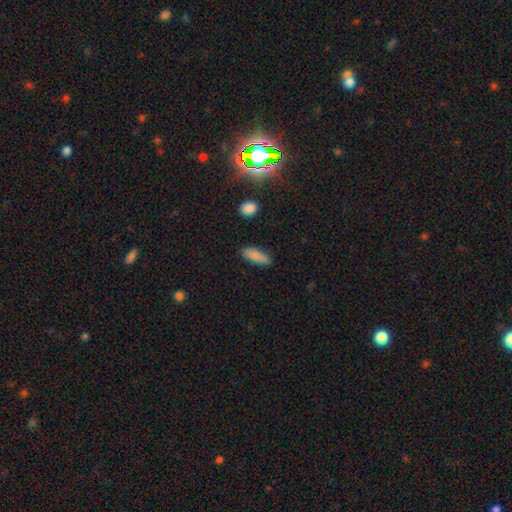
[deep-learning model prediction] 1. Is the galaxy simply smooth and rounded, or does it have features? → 87% smooth, 7% star or artifact, 6% featured or disk.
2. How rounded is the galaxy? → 62% in between, 36% cigar-shaped, 2% round.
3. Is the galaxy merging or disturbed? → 82% none, 13% minor disturbance, 3% major disturbance, 2% merger.